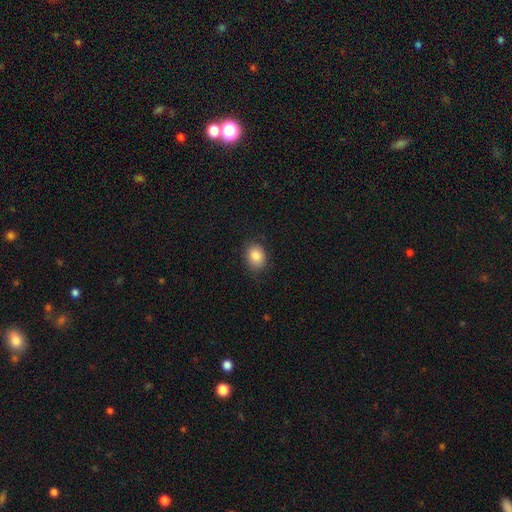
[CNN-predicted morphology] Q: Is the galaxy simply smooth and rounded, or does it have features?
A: smooth — 86%.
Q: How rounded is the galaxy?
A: in between — 57%.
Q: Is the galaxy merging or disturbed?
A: none — 83%.